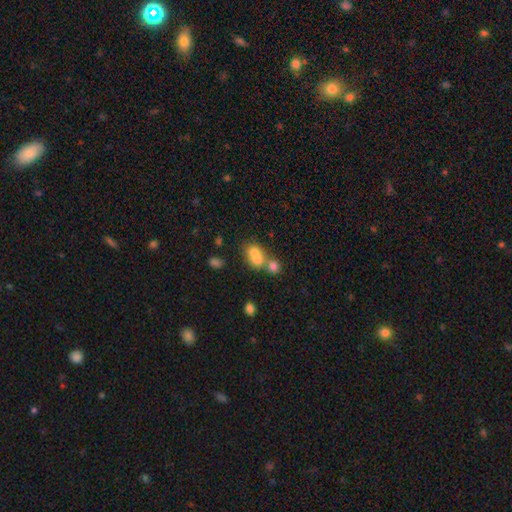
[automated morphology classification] This is likely a smooth galaxy (70%). How rounded: likely round (60%). Merging: likely merger (64%).